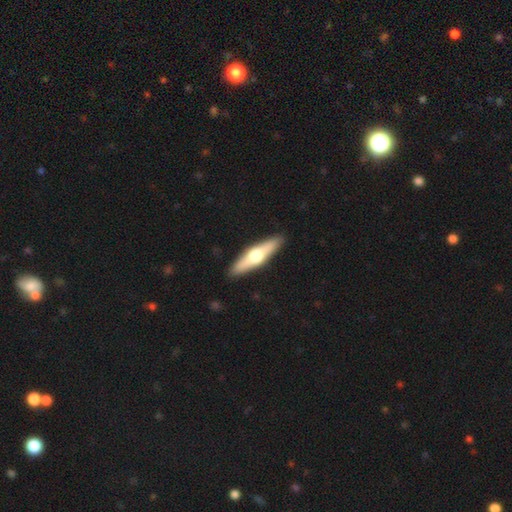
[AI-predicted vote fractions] smooth-or-featured: featured or disk: 51% | smooth: 44% | star or artifact: 5%
  disk-edge-on: yes: 92% | no: 8%
  merging: none: 90% | minor disturbance: 7% | major disturbance: 2% | merger: 1%